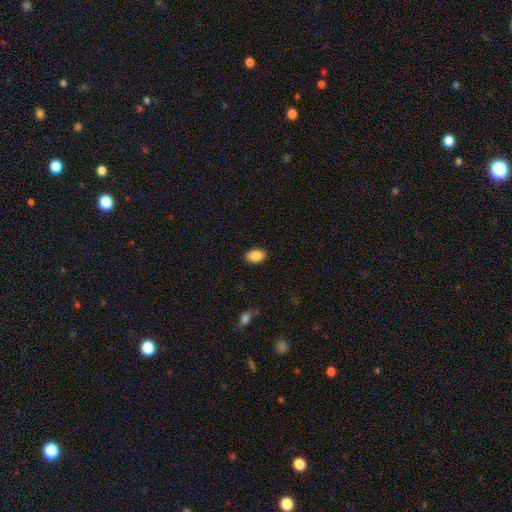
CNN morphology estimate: type=smooth (88%); roundness=in between (87%); merging=none (88%).